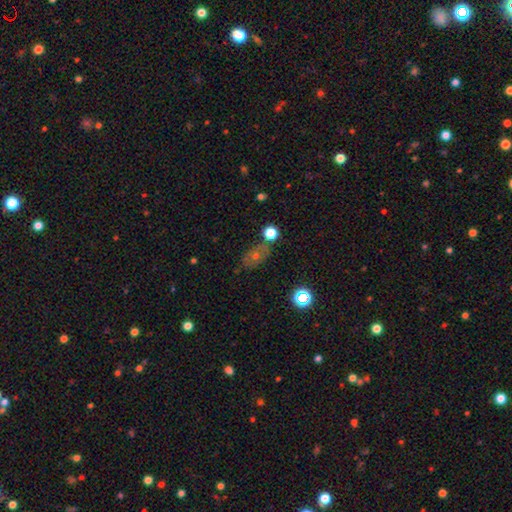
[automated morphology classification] smooth-or-featured: smooth: 42% | featured or disk: 33% | star or artifact: 26%
  merging: none: 68% | minor disturbance: 17% | merger: 8% | major disturbance: 7%